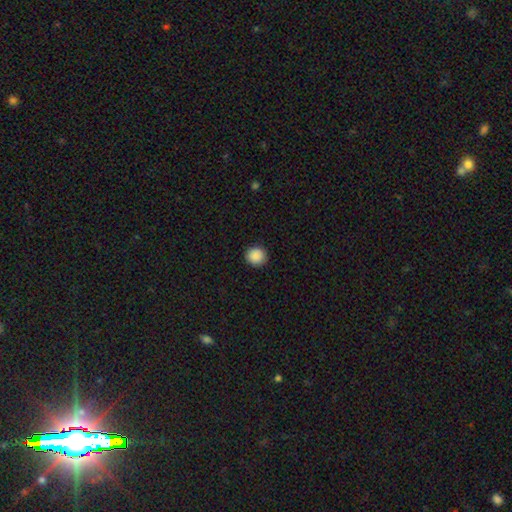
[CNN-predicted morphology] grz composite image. It shows a smooth galaxy with no disk features (89%) that is round (92%). Merging: none (92%).